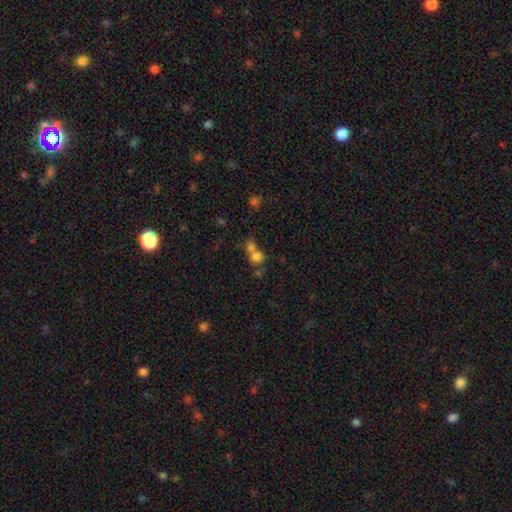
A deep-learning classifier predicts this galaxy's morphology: Smooth or featured? smooth (75%)
How rounded? round (75%)
Merging? merger (55%)